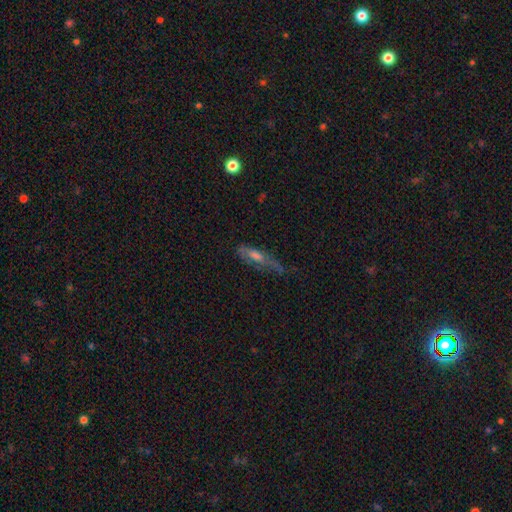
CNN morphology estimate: A featured or disk galaxy (46%). Merging: none (42%).